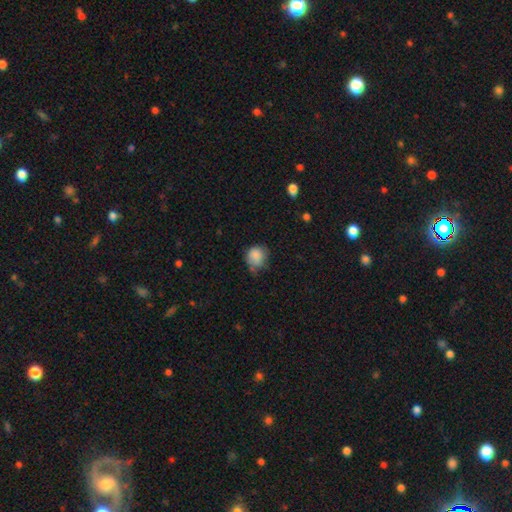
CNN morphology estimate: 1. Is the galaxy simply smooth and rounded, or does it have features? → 84% smooth, 8% star or artifact, 8% featured or disk.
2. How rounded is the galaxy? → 74% round, 25% in between, 1% cigar-shaped.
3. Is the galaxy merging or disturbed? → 47% none, 38% minor disturbance, 12% major disturbance, 3% merger.